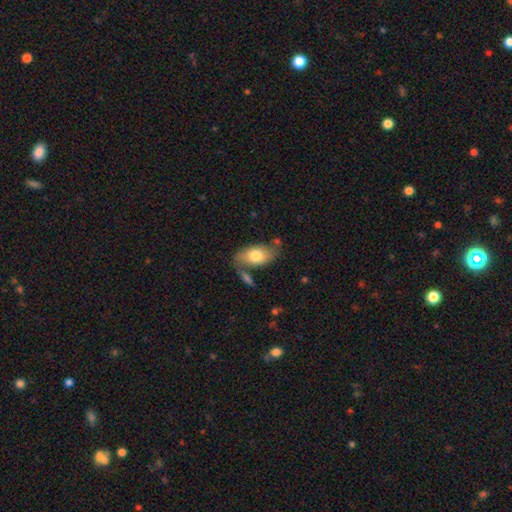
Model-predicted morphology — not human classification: type=smooth (71%); roundness=in between (91%); merging=none (62%).